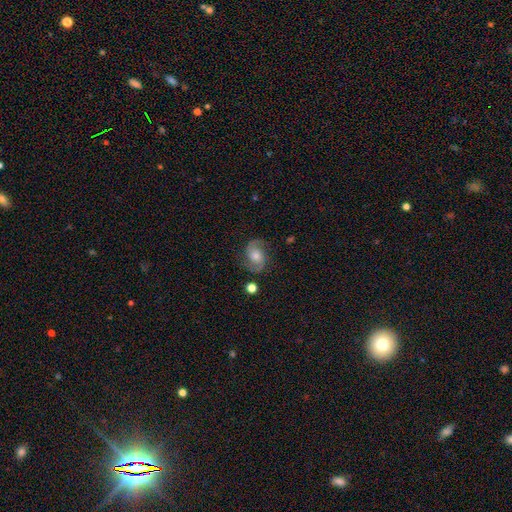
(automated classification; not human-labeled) Smooth or featured: featured or disk — 79% (smooth — 13%)
Edge-on disk: no — 98% (yes — 2%)
Bar: no — 61% (weak — 32%)
Spiral arms: yes — 96% (no — 4%)
Spiral winding: medium — 52% (loose — 25%)
Spiral arm count: 2 — 92% (can't tell — 3%)
Bulge size: moderate — 61% (small — 22%)
Merging: none — 80% (minor disturbance — 14%)